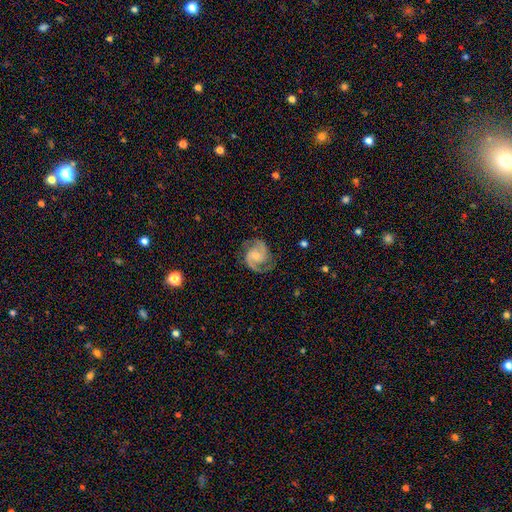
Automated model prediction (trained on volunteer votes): Smooth or featured? featured or disk (89%)
Edge-on disk? no (98%)
Bar? no (54%)
Spiral arms? yes (98%)
Spiral winding? medium (58%)
Spiral arm count? 2 (92%)
Bulge size? moderate (45%)
Merging? none (77%)